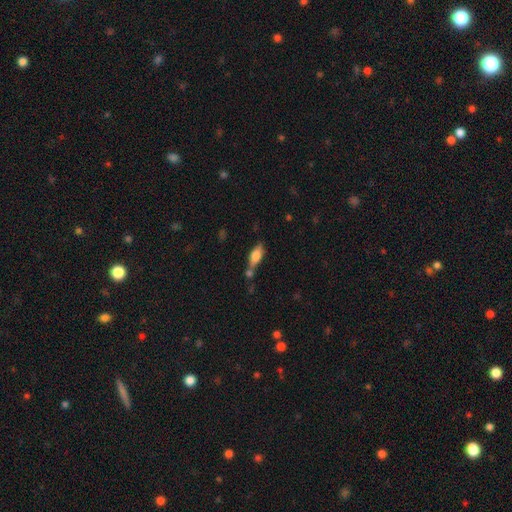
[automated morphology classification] This is likely a smooth galaxy (71%). How rounded: likely in between (72%). Merging: possibly none (48%).